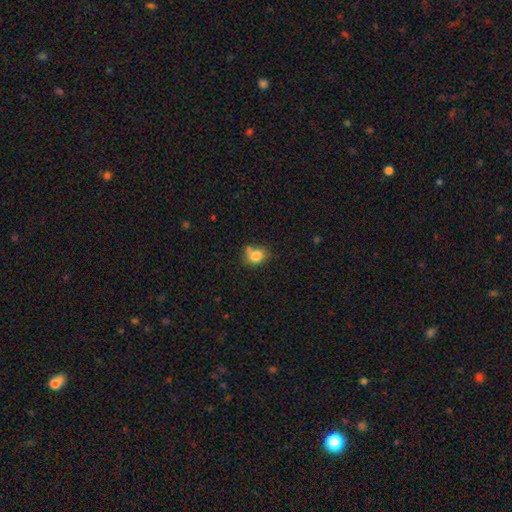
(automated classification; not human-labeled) Smooth or featured? smooth (82%)
How rounded? round (52%)
Merging? none (59%)